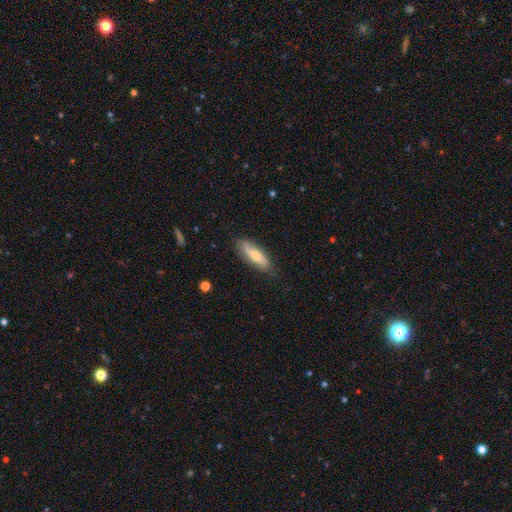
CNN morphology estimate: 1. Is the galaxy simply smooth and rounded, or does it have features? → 64% smooth, 30% featured or disk, 6% star or artifact.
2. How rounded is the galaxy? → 53% cigar-shaped, 45% in between, 2% round.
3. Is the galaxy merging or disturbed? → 81% none, 15% minor disturbance, 3% major disturbance, 1% merger.